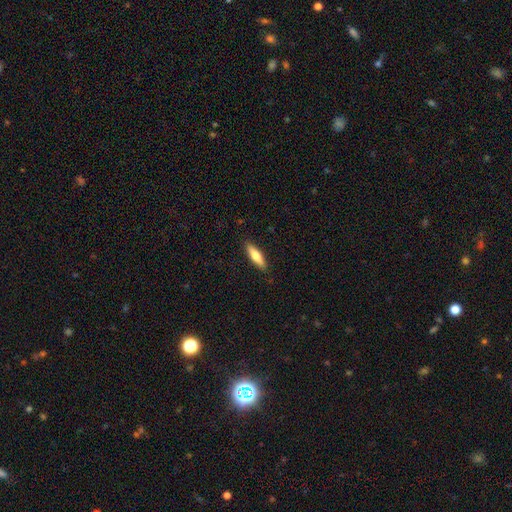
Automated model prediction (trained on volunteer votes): Smooth or featured?
  - smooth: 69% *
  - featured or disk: 26%
  - star or artifact: 5%
How rounded?
  - cigar-shaped: 64% *
  - in between: 34%
  - round: 2%
Merging?
  - none: 89% *
  - minor disturbance: 8%
  - major disturbance: 2%
  - merger: 1%